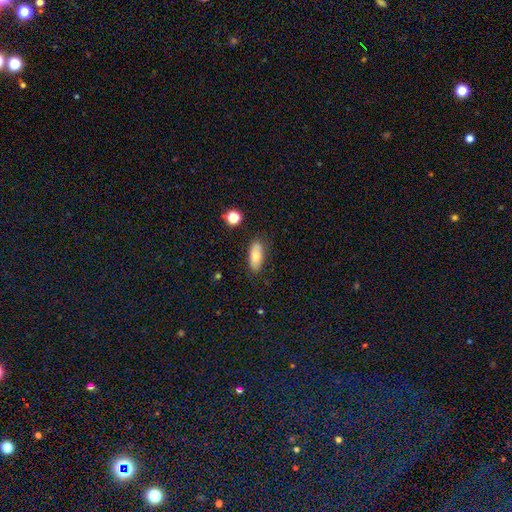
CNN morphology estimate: type=smooth (76%); roundness=in between (82%); merging=none (80%).